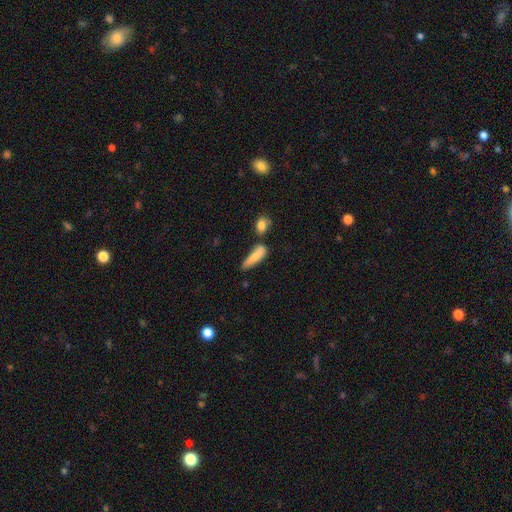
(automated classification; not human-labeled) This appears to be a smooth galaxy with no disk features (78%) that is cigar-shaped (64%). Merging: none (50%).